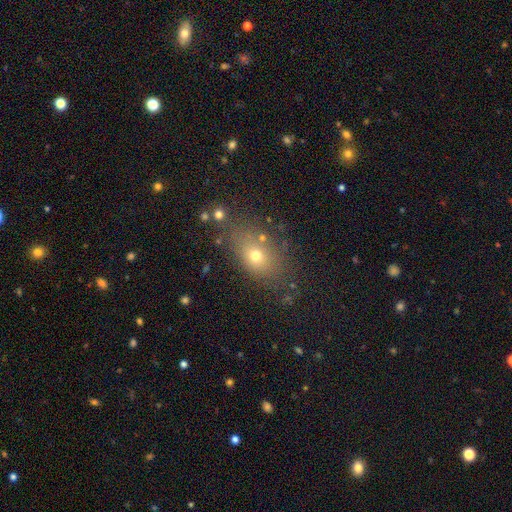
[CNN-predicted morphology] smooth-or-featured: smooth: 68% | star or artifact: 16% | featured or disk: 15%
  how-rounded: in between: 70% | round: 28% | cigar-shaped: 2%
  merging: none: 72% | minor disturbance: 15% | major disturbance: 7% | merger: 6%